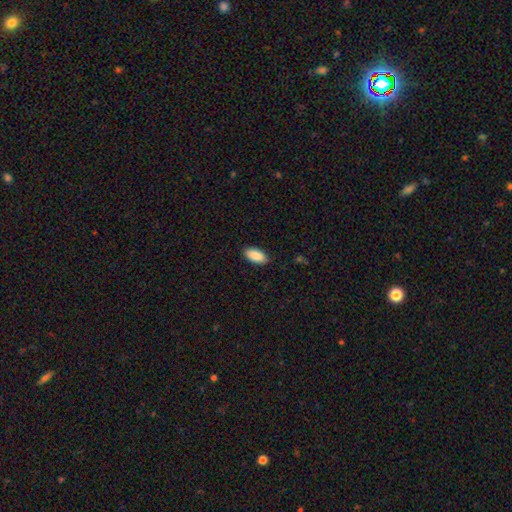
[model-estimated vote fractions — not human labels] A smooth galaxy with no disk features (90%) that is in between round and cigar-shaped (91%). Merging: none (89%).